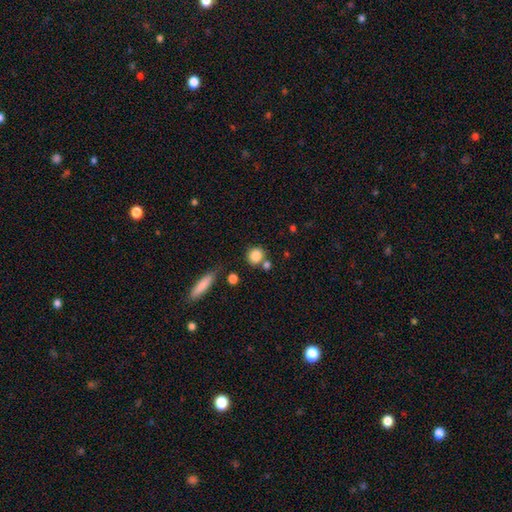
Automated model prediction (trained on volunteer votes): Smooth or featured? smooth (85%)
How rounded? round (83%)
Merging? none (70%)